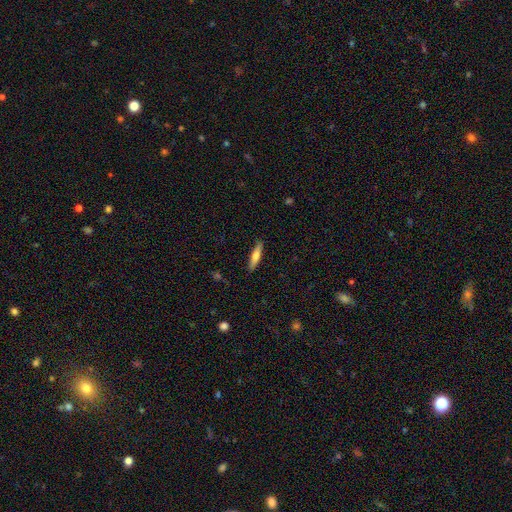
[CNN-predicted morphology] This appears to be a smooth galaxy with no disk features (56%) that is cigar-shaped (82%). Merging: none (89%).